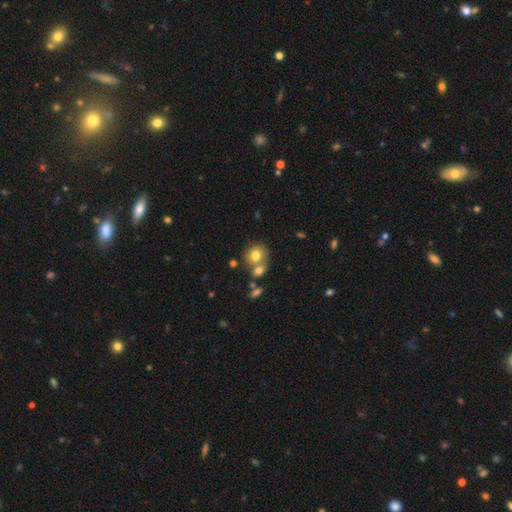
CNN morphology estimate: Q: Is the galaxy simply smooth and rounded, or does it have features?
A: smooth — 75%.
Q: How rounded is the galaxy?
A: round — 80%.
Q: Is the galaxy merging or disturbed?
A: none — 48%.